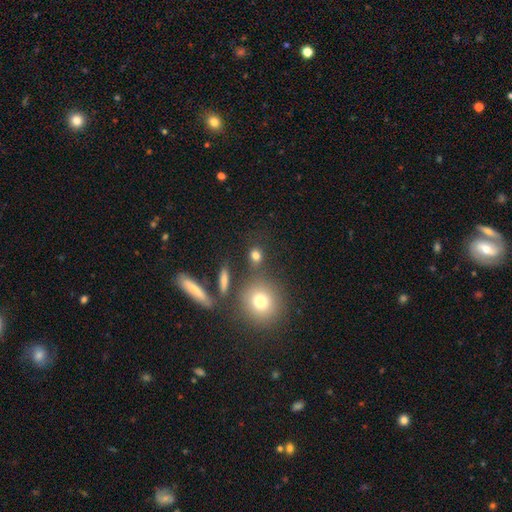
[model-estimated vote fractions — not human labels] smooth 77%, star or artifact 15%, featured or disk 9%. Down the decision tree: how rounded — round (70%); merging — none (70%).